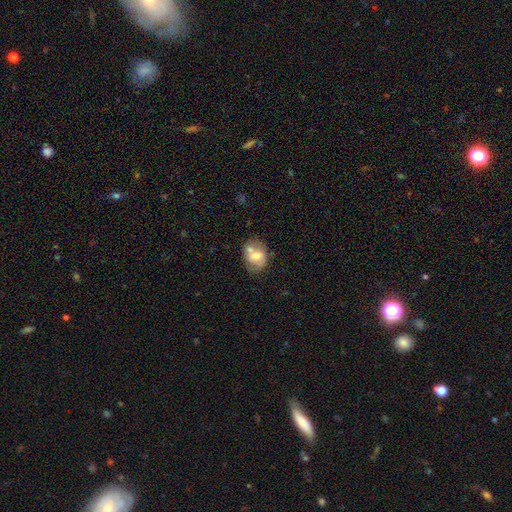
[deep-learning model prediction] The model was most divided on "how rounded": in between: 55%, round: 44%, cigar-shaped: 1%. Remaining: smooth or featured — smooth (56%); merging — none (46%).